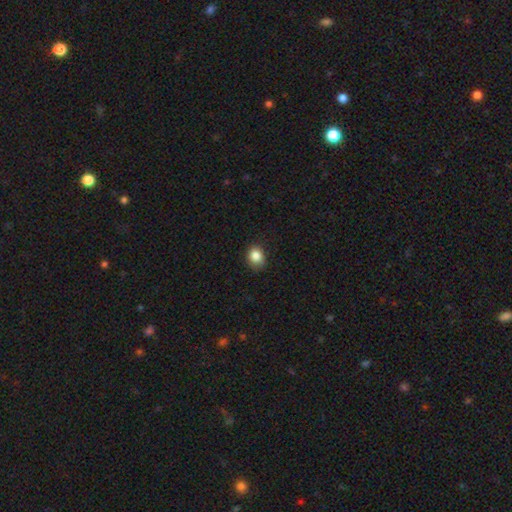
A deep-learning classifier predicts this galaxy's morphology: smooth 85%, star or artifact 10%, featured or disk 5%. Down the decision tree: how rounded — round (58%); merging — none (79%).